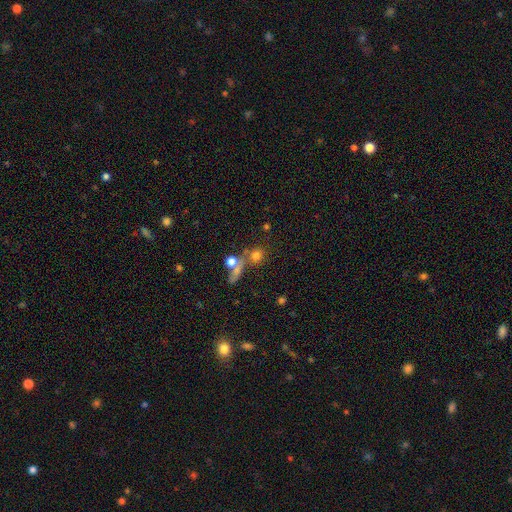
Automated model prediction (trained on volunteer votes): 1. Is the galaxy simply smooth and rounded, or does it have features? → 68% smooth, 19% star or artifact, 13% featured or disk.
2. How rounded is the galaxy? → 86% round, 10% in between, 3% cigar-shaped.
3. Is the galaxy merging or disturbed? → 56% none, 28% merger, 9% minor disturbance, 7% major disturbance.